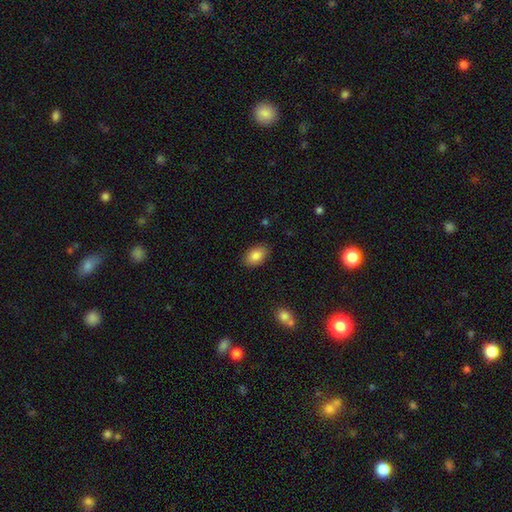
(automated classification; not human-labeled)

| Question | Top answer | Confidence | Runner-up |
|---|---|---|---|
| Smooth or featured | smooth | 86% | star or artifact (7%) |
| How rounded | in between | 90% | round (9%) |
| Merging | none | 86% | minor disturbance (10%) |